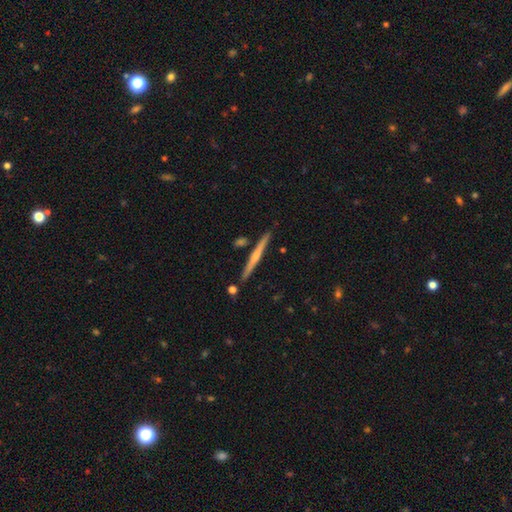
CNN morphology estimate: Smooth or featured?
  - featured or disk: 61% *
  - smooth: 33%
  - star or artifact: 6%
Edge-on disk?
  - yes: 98% *
  - no: 2%
Edge-on bulge?
  - rounded: 56% *
  - none: 36%
  - boxy: 8%
Merging?
  - none: 88% *
  - minor disturbance: 7%
  - merger: 3%
  - major disturbance: 1%